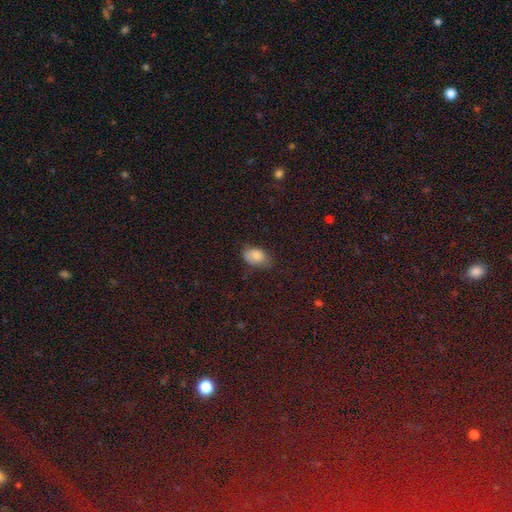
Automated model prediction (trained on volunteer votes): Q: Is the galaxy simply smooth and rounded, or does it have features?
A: smooth — 82%.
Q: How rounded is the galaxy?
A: in between — 90%.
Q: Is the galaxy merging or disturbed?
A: none — 67%.